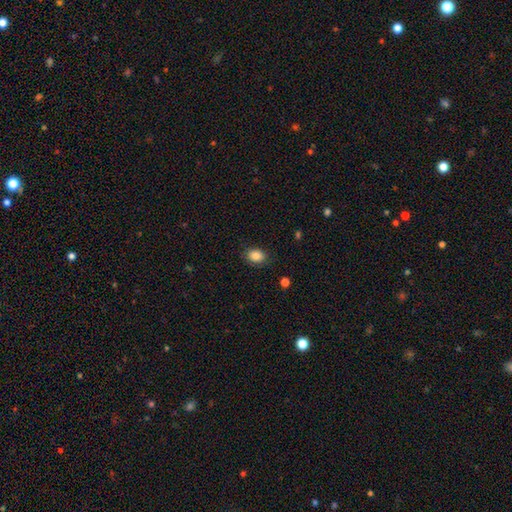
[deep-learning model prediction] Q: Smooth or featured?
A: smooth (86%); runner-up: star or artifact (9%)
Q: How rounded?
A: in between (69%); runner-up: round (30%)
Q: Merging?
A: none (83%); runner-up: minor disturbance (13%)